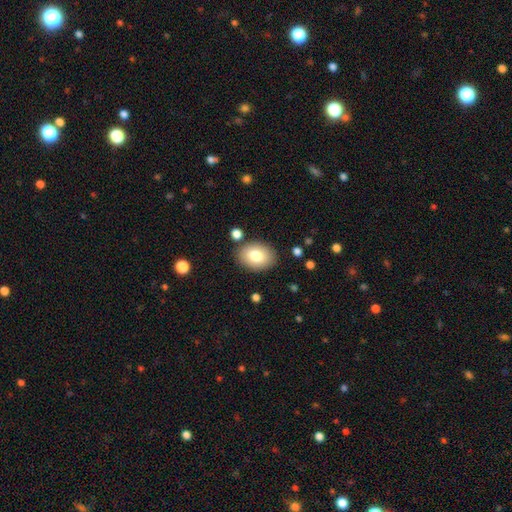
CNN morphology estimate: type=smooth (80%); roundness=in between (77%); merging=none (85%).